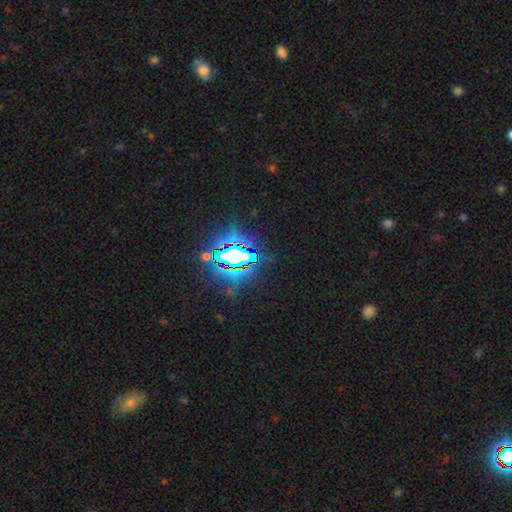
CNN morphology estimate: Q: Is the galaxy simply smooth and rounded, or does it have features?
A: star or artifact — 84%.